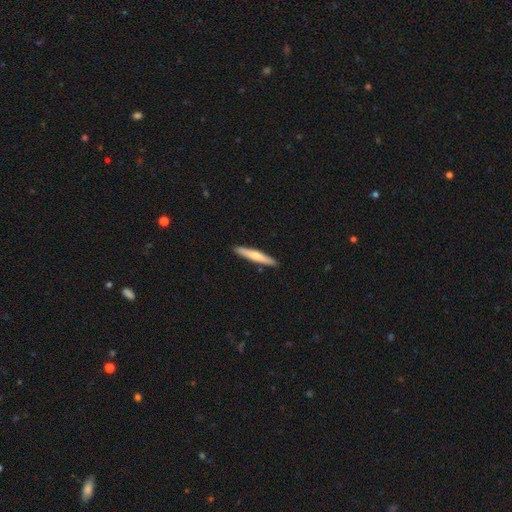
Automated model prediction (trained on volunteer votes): Morphology: type=smooth (61%); roundness=cigar-shaped (94%); merging=none (91%).